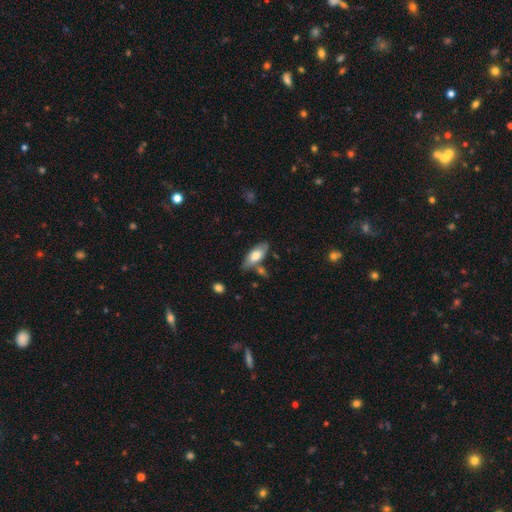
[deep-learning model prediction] A smooth galaxy with no disk features (69%) that is in between round and cigar-shaped (82%). Merging: none (66%).